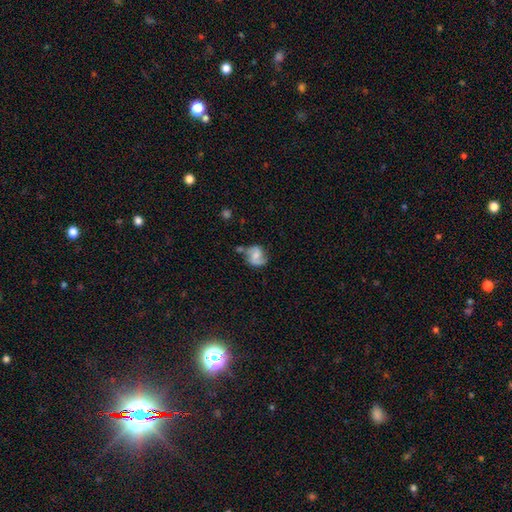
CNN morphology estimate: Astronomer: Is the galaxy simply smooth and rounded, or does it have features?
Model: featured or disk — 64%.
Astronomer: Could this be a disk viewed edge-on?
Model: no — 98%.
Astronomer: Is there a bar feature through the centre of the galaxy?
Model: weak — 43% (runner-up: no, 41%).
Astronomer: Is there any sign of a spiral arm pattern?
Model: yes — 90%.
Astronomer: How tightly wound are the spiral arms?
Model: medium — 45% (runner-up: loose, 38%).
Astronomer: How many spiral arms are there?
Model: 2 — 85%.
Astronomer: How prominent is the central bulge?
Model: moderate — 38% (runner-up: small, 37%).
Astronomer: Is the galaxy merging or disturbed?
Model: none — 55%.